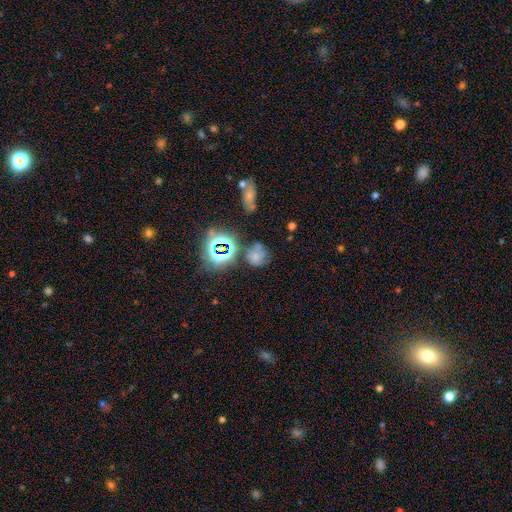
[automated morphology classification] smooth 50%, star or artifact 33%, featured or disk 17%. Down the decision tree: merging — none (55%).